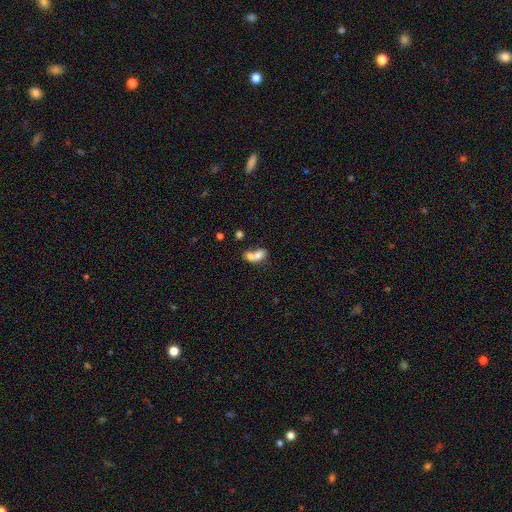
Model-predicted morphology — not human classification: Smooth or featured: smooth — 70% (featured or disk — 20%)
How rounded: in between — 76% (round — 20%)
Merging: merger — 69% (none — 17%)